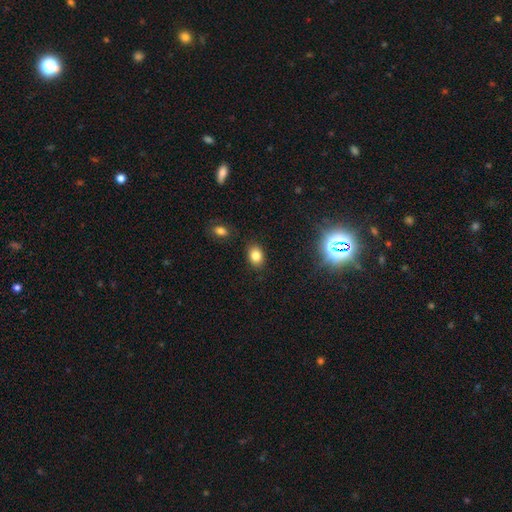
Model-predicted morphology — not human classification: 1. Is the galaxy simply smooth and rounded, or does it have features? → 82% smooth, 12% star or artifact, 7% featured or disk.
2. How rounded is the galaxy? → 69% in between, 29% round, 1% cigar-shaped.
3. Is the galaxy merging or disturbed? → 86% none, 9% minor disturbance, 3% major disturbance, 2% merger.